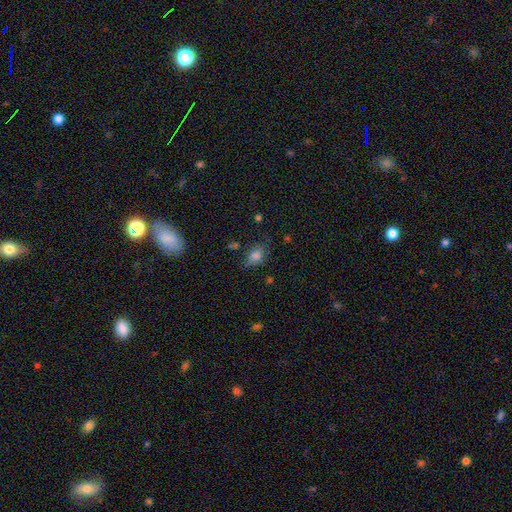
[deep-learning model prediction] A smooth galaxy with no disk features (78%) that is in between round and cigar-shaped (75%).

Vote fractions:
- Smooth or featured? smooth: 78% / star or artifact: 12% / featured or disk: 10%
- How rounded? in between: 75% / round: 23% / cigar-shaped: 2%
- Merging? none: 62% / minor disturbance: 26% / major disturbance: 9% / merger: 3%